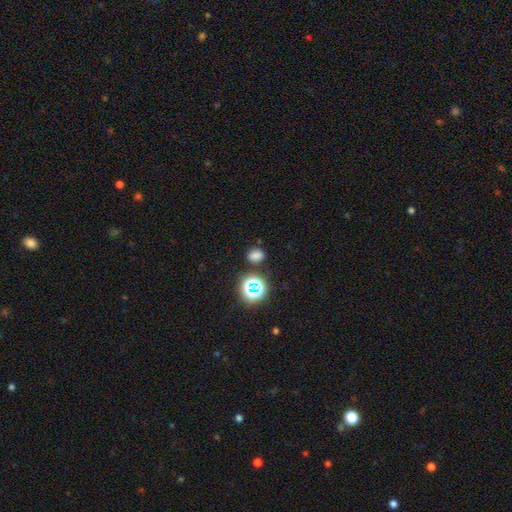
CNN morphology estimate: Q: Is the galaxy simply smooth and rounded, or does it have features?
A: smooth — 72%.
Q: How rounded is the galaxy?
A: in between — 50%.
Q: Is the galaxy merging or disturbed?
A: none — 81%.